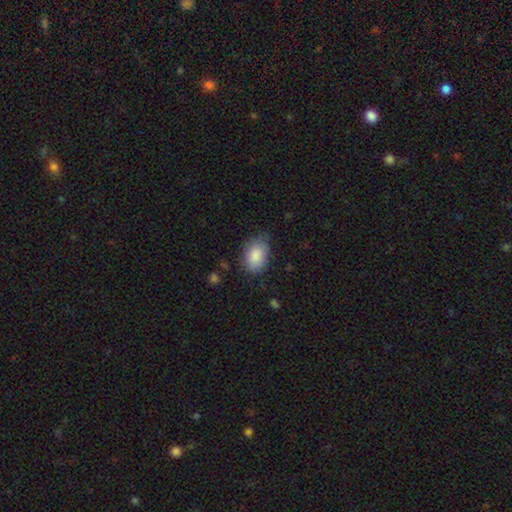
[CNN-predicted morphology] Smooth or featured? Predicted: smooth (p=0.85). How rounded? Predicted: in between (p=0.81). Merging? Predicted: none (p=0.62).